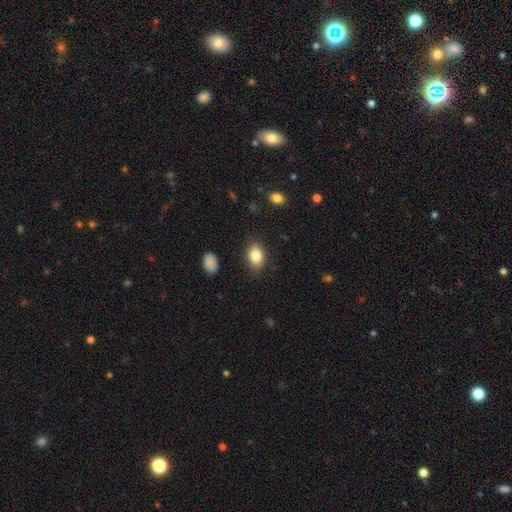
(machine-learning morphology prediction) type=smooth (84%); roundness=in between (83%); merging=none (83%).